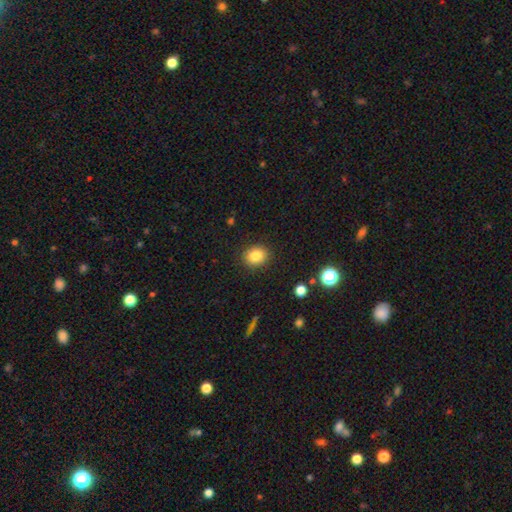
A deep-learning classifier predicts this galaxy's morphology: Smooth or featured: smooth — 84% (star or artifact — 10%)
How rounded: round — 60% (in between — 39%)
Merging: none — 89% (minor disturbance — 7%)